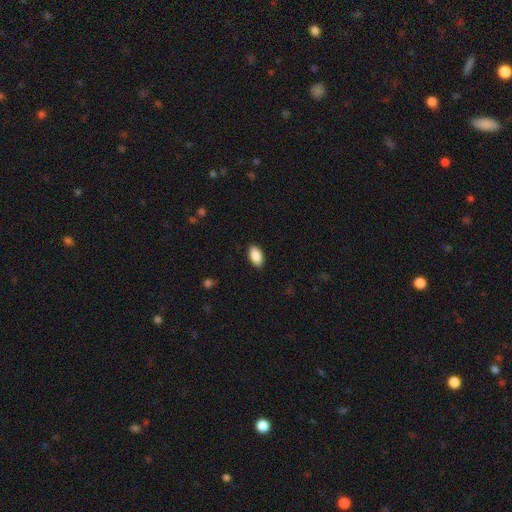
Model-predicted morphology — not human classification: Smooth or featured: smooth — 90% (star or artifact — 6%)
How rounded: in between — 94% (cigar-shaped — 3%)
Merging: none — 89% (minor disturbance — 8%)